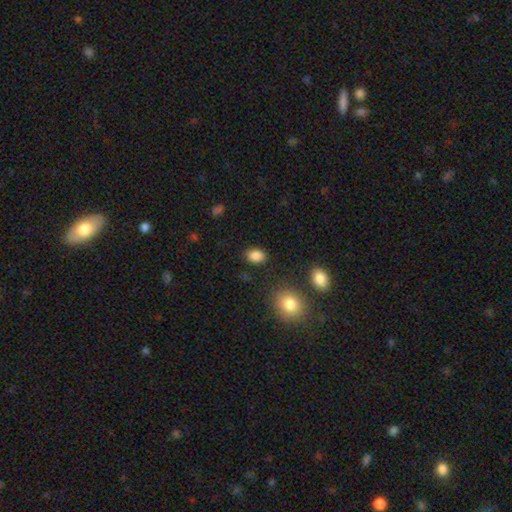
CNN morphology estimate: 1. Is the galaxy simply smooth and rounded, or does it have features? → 87% smooth, 9% star or artifact, 4% featured or disk.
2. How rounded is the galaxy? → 79% in between, 20% round, 1% cigar-shaped.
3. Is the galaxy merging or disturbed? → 85% none, 10% minor disturbance, 3% major disturbance, 2% merger.